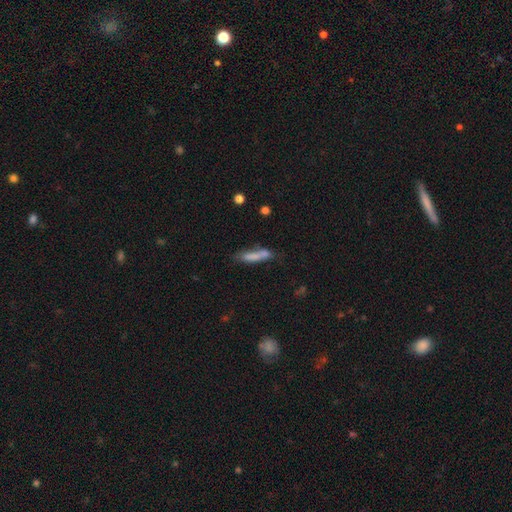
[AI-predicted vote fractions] A smooth galaxy with no disk features (72%) that is cigar-shaped (76%). Merging: none (45%).